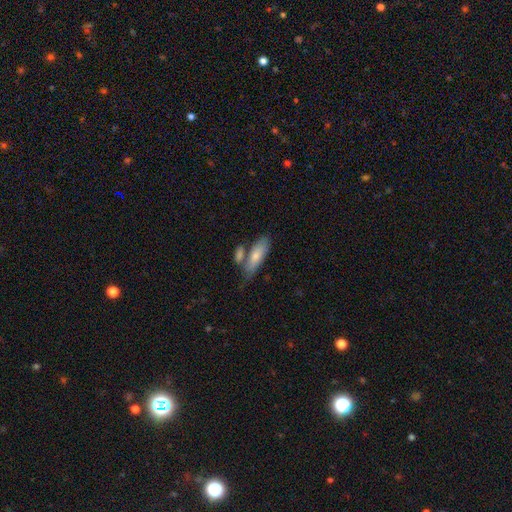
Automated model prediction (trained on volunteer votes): A smooth galaxy with no disk features (68%) that is in between round and cigar-shaped (52%). Merging: none (52%).